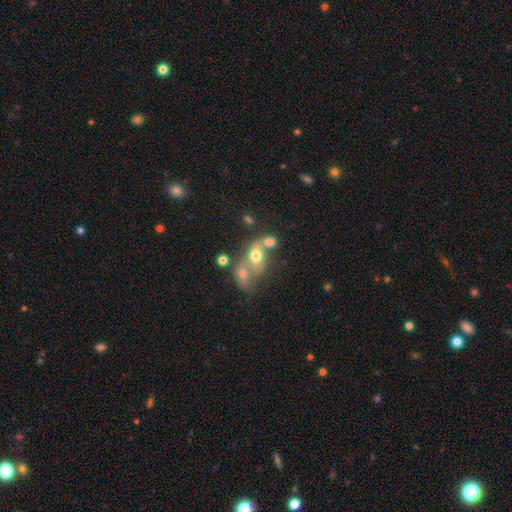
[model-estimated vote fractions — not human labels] smooth-or-featured: smooth: 65% | featured or disk: 22% | star or artifact: 13%
  how-rounded: in between: 63% | round: 35% | cigar-shaped: 2%
  merging: merger: 64% | none: 20% | minor disturbance: 8% | major disturbance: 8%